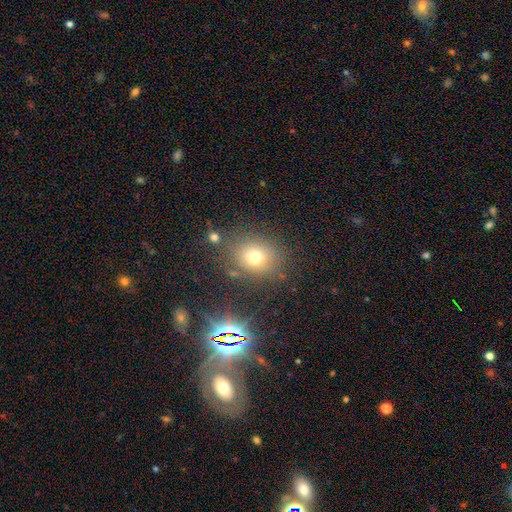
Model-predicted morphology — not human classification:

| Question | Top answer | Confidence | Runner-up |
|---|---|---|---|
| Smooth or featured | smooth | 67% | star or artifact (22%) |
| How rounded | round | 70% | in between (29%) |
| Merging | none | 80% | minor disturbance (11%) |